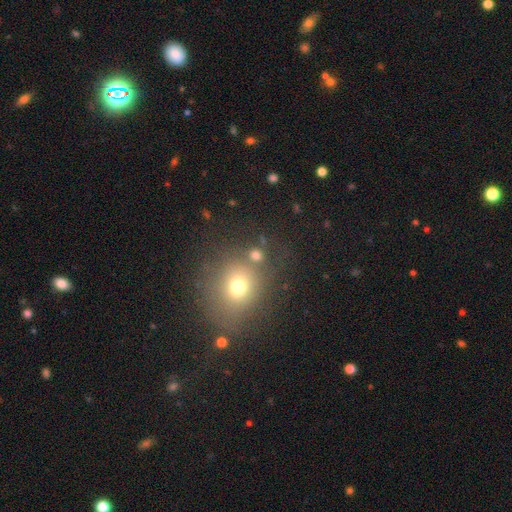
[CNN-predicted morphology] A smooth galaxy with no disk features (69%) that is round (81%). Merging: none (65%).